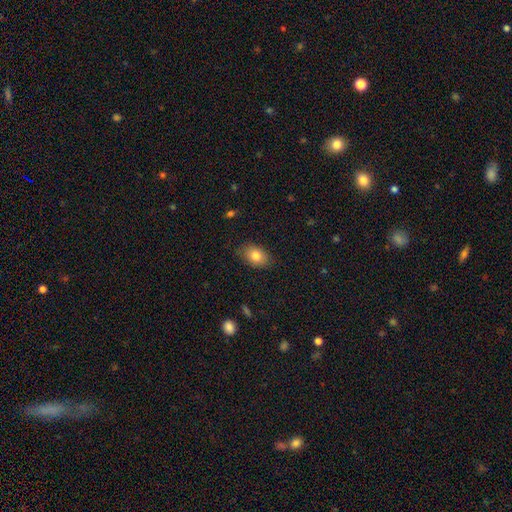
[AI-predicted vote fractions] Smooth or featured: smooth — 81% (featured or disk — 11%)
How rounded: in between — 84% (round — 15%)
Merging: none — 83% (minor disturbance — 13%)